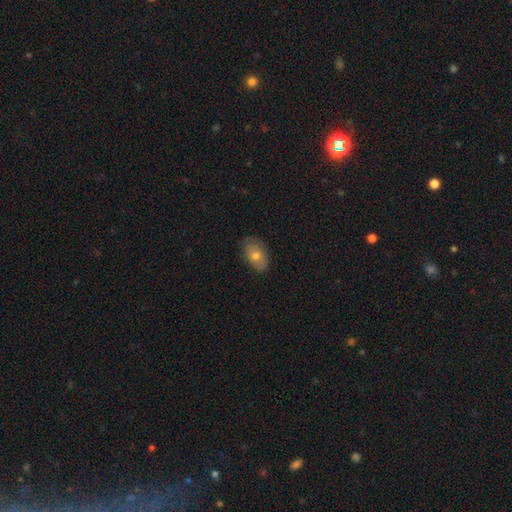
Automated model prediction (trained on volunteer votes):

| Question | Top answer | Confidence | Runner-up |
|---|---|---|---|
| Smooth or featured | smooth | 65% | featured or disk (27%) |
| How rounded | in between | 88% | round (10%) |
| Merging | none | 79% | minor disturbance (17%) |